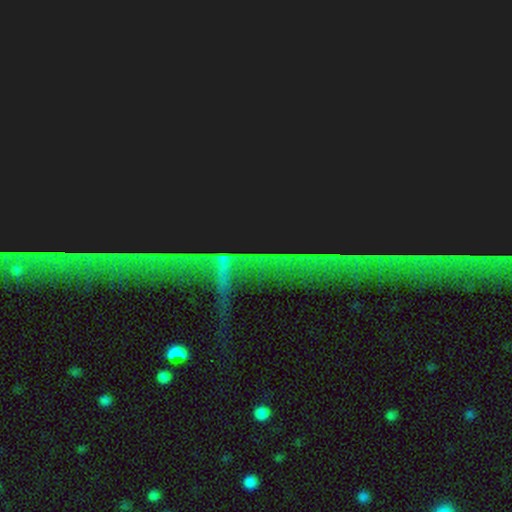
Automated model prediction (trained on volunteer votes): star or artifact 75%, featured or disk 14%, smooth 11%.